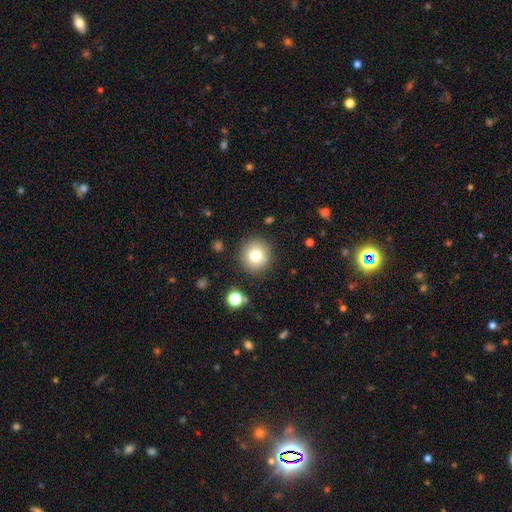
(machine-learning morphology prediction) This appears to be a smooth galaxy with no disk features (78%) that is round (93%). Merging: none (88%).